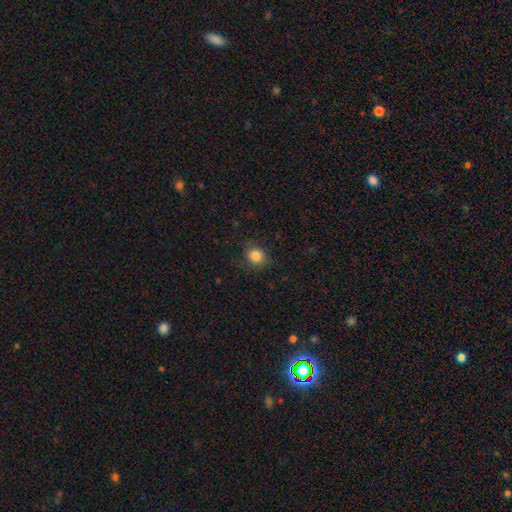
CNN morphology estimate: The model was most divided on "how rounded": round: 72%, in between: 27%, cigar-shaped: 1%. More confident: smooth or featured — smooth (84%); merging — none (83%).